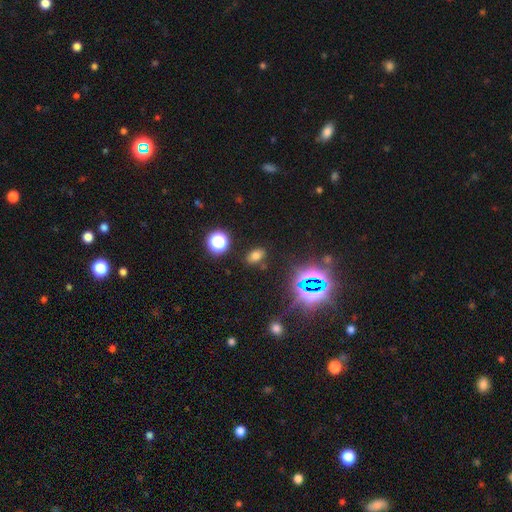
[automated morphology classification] Smooth or featured?
  - smooth: 66% *
  - star or artifact: 25%
  - featured or disk: 8%
How rounded?
  - in between: 81% *
  - round: 17%
  - cigar-shaped: 2%
Merging?
  - none: 83% *
  - minor disturbance: 10%
  - merger: 3%
  - major disturbance: 3%